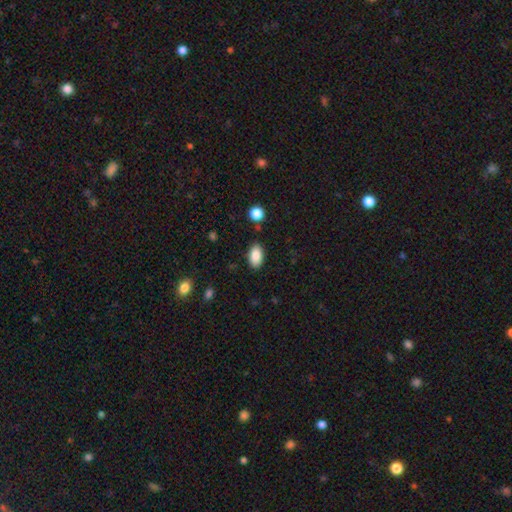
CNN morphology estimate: A smooth galaxy with no disk features (88%) that is in between round and cigar-shaped (93%). Merging: none (85%).